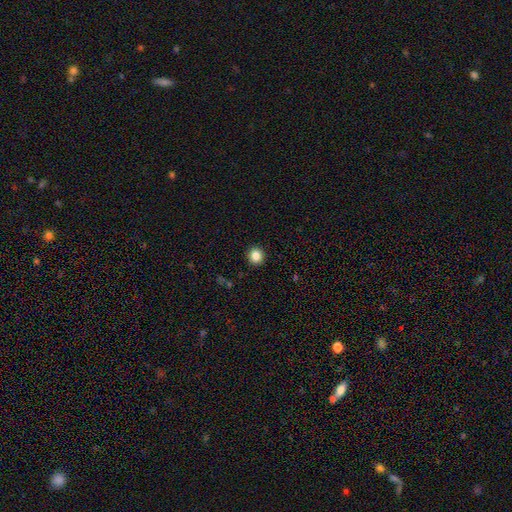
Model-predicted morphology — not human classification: type=smooth (85%); roundness=round (89%); merging=none (92%).